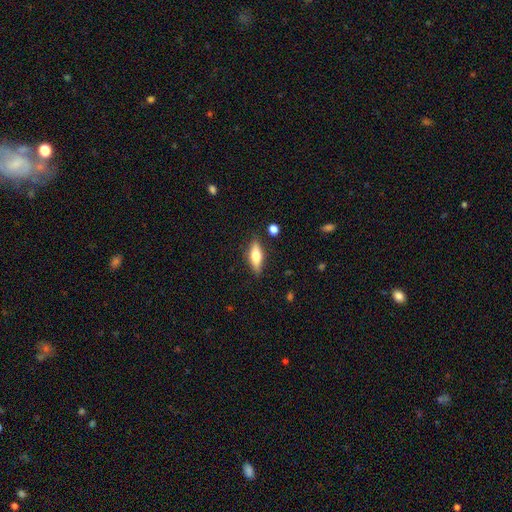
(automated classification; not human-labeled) Smooth or featured? smooth (61%)
How rounded? in between (56%)
Merging? none (85%)